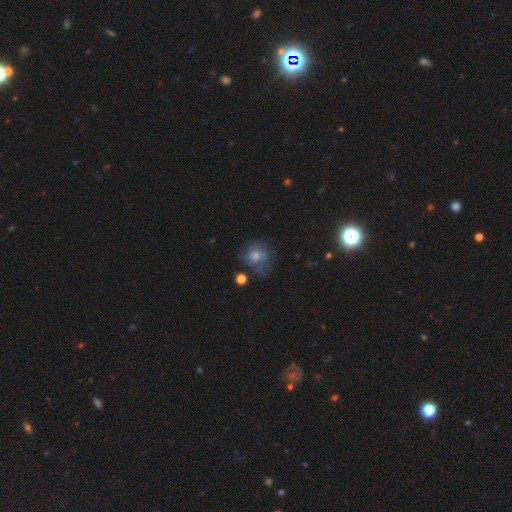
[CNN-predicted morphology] type=smooth (47%); merging=none (57%).